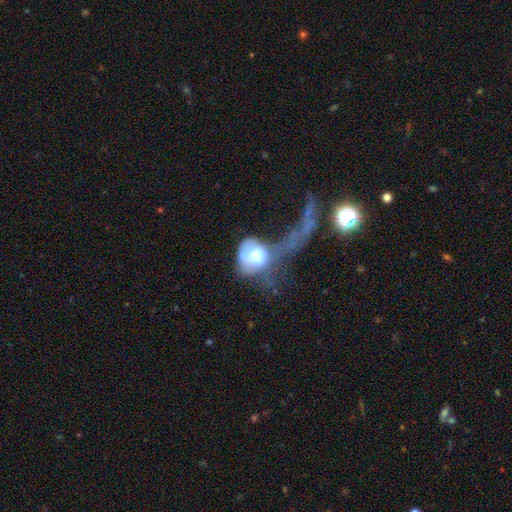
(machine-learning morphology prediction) Q: Smooth or featured?
A: smooth (60%); runner-up: featured or disk (31%)
Q: How rounded?
A: round (68%); runner-up: in between (30%)
Q: Merging?
A: major disturbance (60%); runner-up: merger (17%)